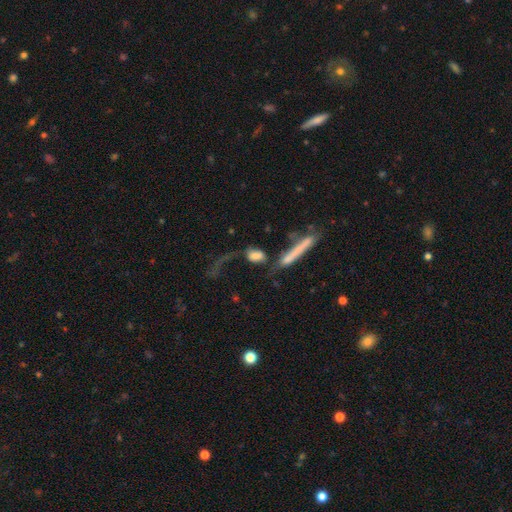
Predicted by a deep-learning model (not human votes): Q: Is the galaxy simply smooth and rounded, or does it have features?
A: smooth — 61%.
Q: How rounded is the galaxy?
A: in between — 74%.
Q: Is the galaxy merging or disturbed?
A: major disturbance — 30%.